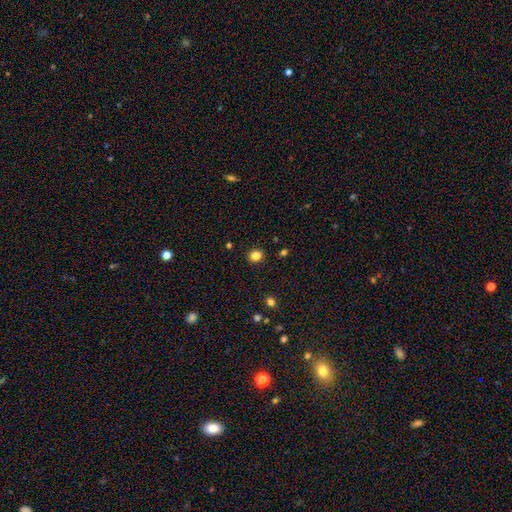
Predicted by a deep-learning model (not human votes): Smooth or featured? smooth (84%)
How rounded? round (66%)
Merging? none (90%)